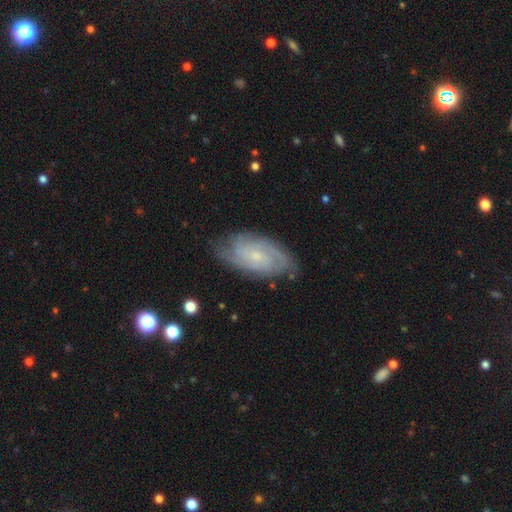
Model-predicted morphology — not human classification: featured or disk 80%, smooth 14%, star or artifact 6%. Down the decision tree: edge-on disk — no (95%); bar — no (61%); spiral arms — yes (95%); spiral arm count — 2 (37%); spiral winding — tight (64%); bulge size — small (70%); merging — none (76%).